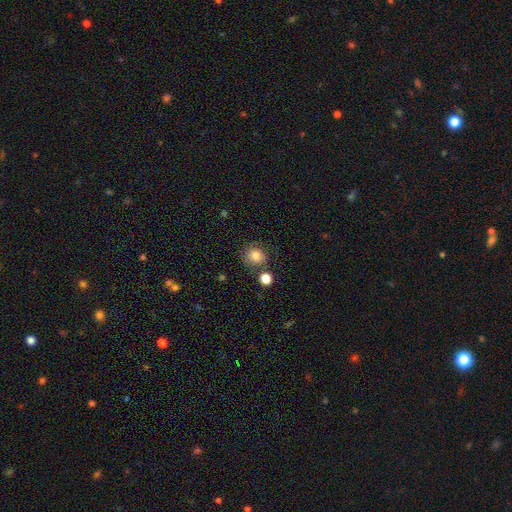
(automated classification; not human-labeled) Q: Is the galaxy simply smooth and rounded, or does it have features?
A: smooth — 82%.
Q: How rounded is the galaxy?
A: round — 79%.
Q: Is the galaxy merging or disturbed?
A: none — 70%.